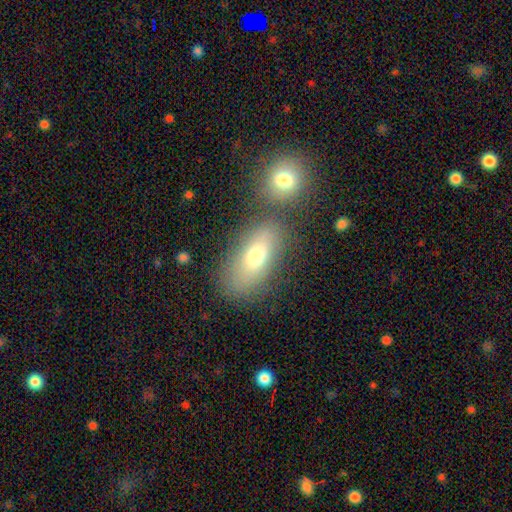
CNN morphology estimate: smooth_or_featured: smooth (p=0.70) [alt: featured or disk p=0.19]
how_rounded: in between (p=0.84) [alt: cigar-shaped p=0.08]
merging: none (p=0.60) [alt: merger p=0.21]